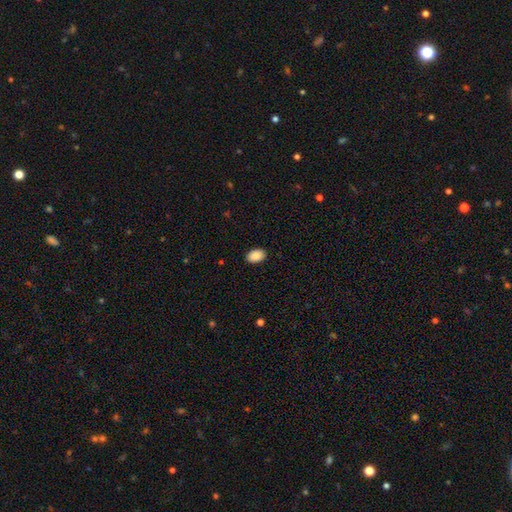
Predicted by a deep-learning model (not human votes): Smooth or featured? Predicted: smooth (p=0.90). How rounded? Predicted: in between (p=0.87). Merging? Predicted: none (p=0.89).